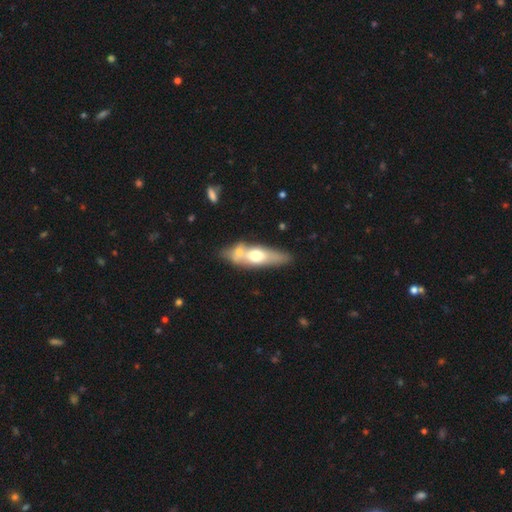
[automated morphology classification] Overall: smooth (51%; featured or disk 43%). How rounded: cigar-shaped (53%; in between 43%). Merging: none (49%; merger 32%).